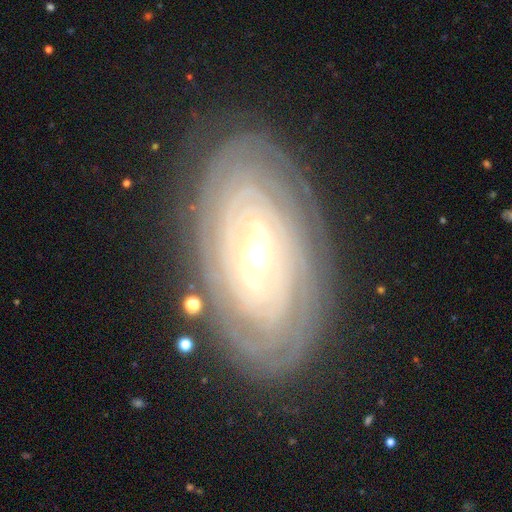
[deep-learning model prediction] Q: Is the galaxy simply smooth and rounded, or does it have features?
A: featured or disk — 86%.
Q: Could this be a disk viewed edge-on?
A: no — 92%.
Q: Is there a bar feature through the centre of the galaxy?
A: weak — 38%.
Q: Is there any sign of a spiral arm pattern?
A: yes — 91%.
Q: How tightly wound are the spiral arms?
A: tight — 87%.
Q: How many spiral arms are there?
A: can't tell — 43%.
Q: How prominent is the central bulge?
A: moderate — 63%.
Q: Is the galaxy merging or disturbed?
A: none — 82%.